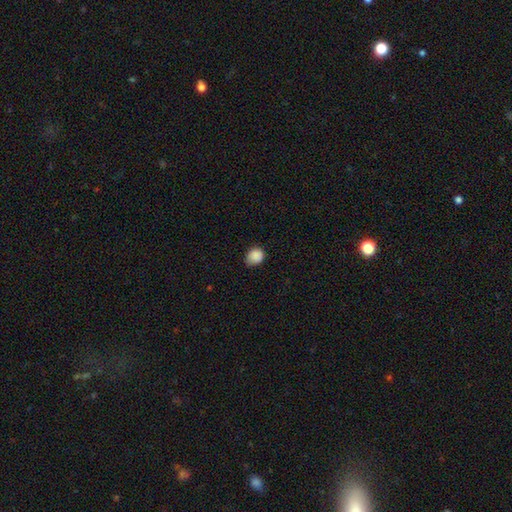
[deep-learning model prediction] Smooth or featured? smooth (88%)
How rounded? round (57%)
Merging? none (68%)